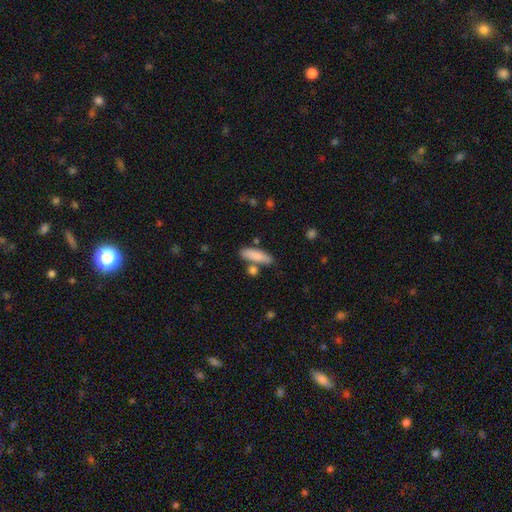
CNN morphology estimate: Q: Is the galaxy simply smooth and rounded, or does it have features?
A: smooth — 84%.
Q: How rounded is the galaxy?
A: cigar-shaped — 54%.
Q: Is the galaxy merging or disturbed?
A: none — 71%.